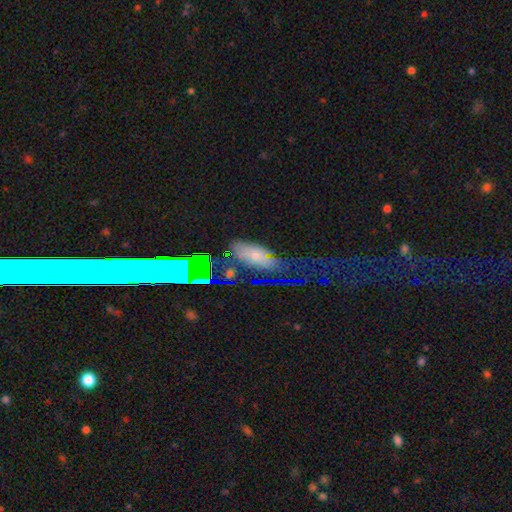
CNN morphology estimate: Smooth or featured?
  - smooth: 51% *
  - featured or disk: 28%
  - star or artifact: 21%
How rounded?
  - in between: 78% *
  - cigar-shaped: 18%
  - round: 4%
Merging?
  - none: 58% *
  - minor disturbance: 23%
  - major disturbance: 13%
  - merger: 5%